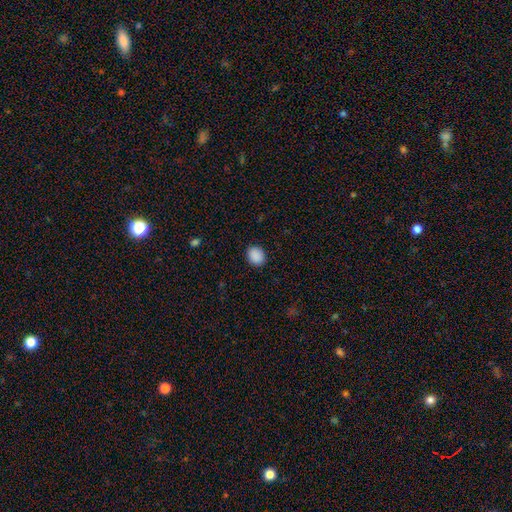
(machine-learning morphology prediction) smooth_or_featured: smooth (p=0.90) [alt: star or artifact p=0.08]
how_rounded: round (p=0.56) [alt: in between p=0.43]
merging: none (p=0.89) [alt: minor disturbance p=0.07]